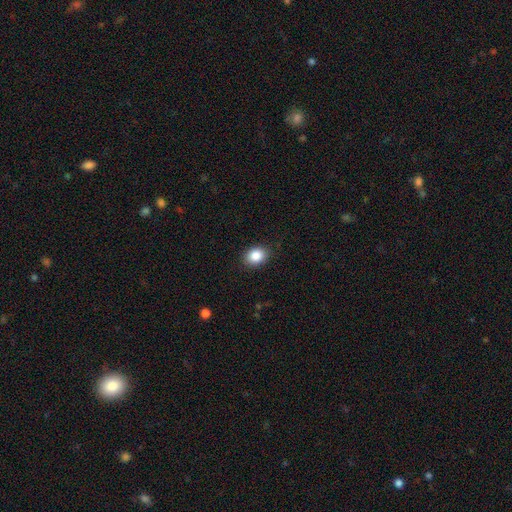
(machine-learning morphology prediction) smooth-or-featured: smooth: 87% | star or artifact: 8% | featured or disk: 5%
  how-rounded: in between: 64% | round: 35% | cigar-shaped: 1%
  merging: none: 88% | minor disturbance: 9% | major disturbance: 2% | merger: 1%